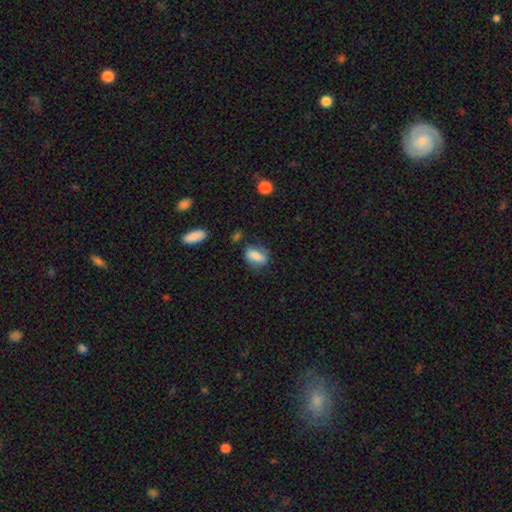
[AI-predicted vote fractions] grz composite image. It shows a smooth galaxy with no disk features (76%) that is in between round and cigar-shaped (75%). Merging: none (69%).